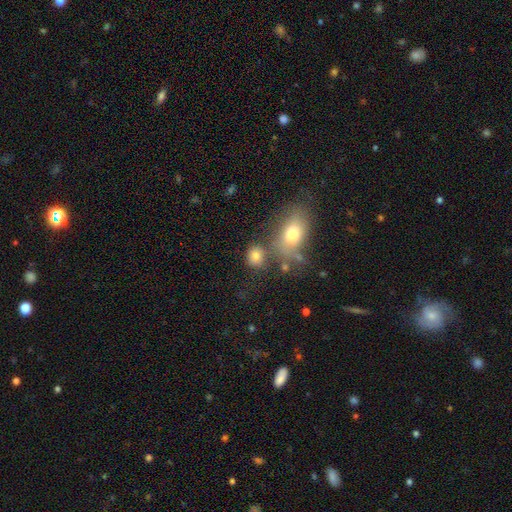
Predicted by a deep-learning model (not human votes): The model was most divided on "how rounded": round: 63%, in between: 35%, cigar-shaped: 2%. More confident: smooth or featured — smooth (78%); merging — none (66%).